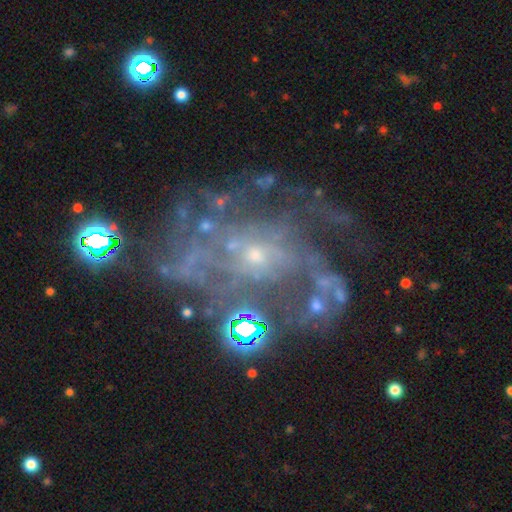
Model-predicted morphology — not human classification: Smooth or featured? Predicted: featured or disk (p=0.69). Edge-on disk? Predicted: no (p=0.96). Bar? Predicted: no (p=0.75). Spiral arms? Predicted: yes (p=0.63). Bulge size? Predicted: small (p=0.67). Merging? Predicted: none (p=0.37).